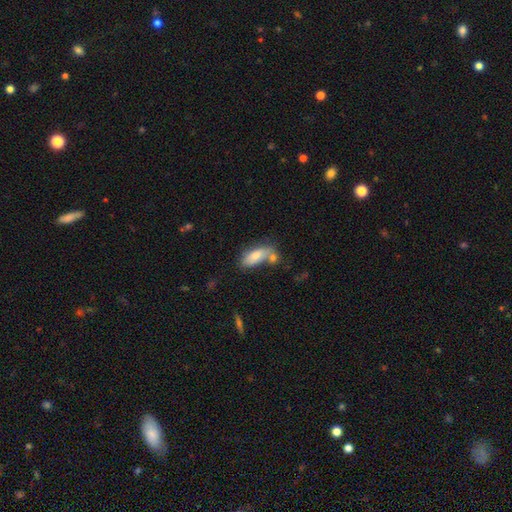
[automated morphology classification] type=smooth (72%); roundness=in between (80%); merging=none (46%).